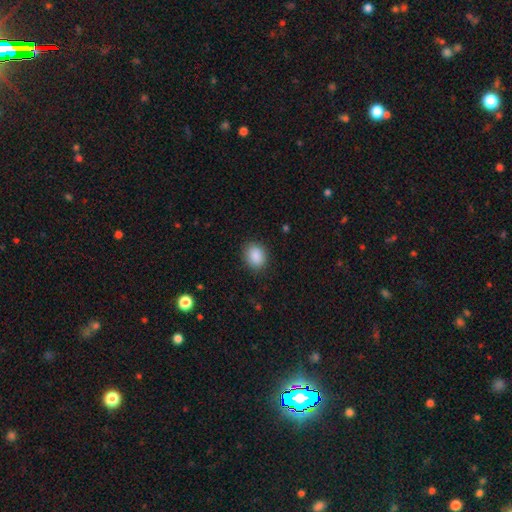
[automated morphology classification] Overall: smooth (89%). How rounded: in between (50%; round 49%). Merging: none (87%).